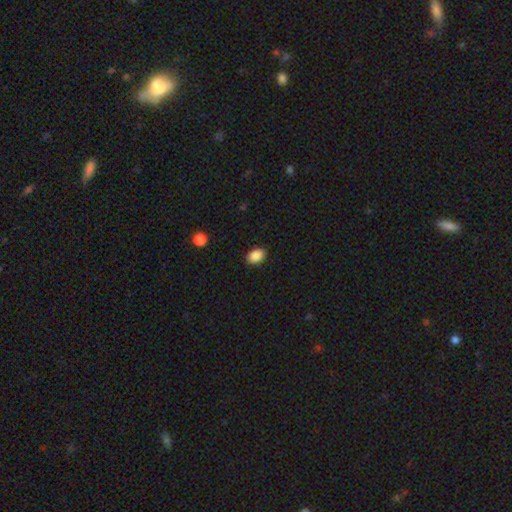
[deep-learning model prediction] A smooth galaxy with no disk features (88%) that is in between round and cigar-shaped (81%). Merging: none (89%).